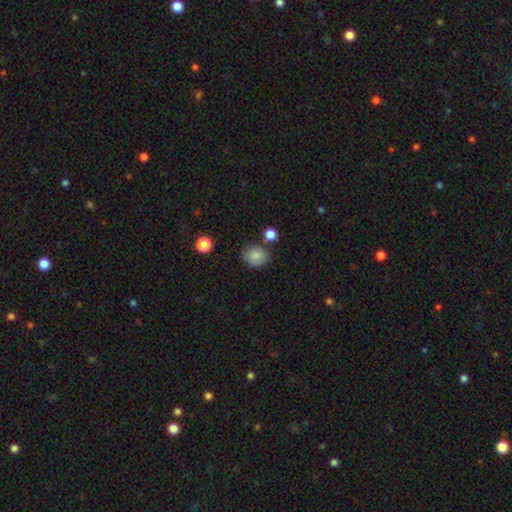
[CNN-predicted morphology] Smooth or featured?
  - smooth: 85% *
  - star or artifact: 10%
  - featured or disk: 5%
How rounded?
  - round: 72% *
  - in between: 27%
  - cigar-shaped: 1%
Merging?
  - none: 74% *
  - minor disturbance: 15%
  - merger: 7%
  - major disturbance: 4%